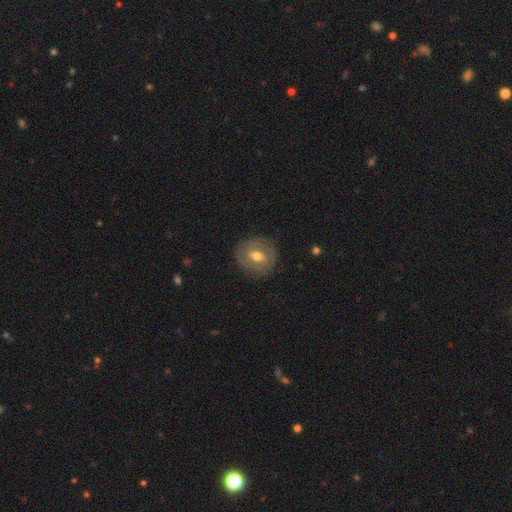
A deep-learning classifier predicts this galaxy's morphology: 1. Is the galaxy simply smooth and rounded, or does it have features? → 60% featured or disk, 33% smooth, 7% star or artifact.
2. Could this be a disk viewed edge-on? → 95% no, 5% yes.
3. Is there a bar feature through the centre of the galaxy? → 48% weak, 33% no, 19% strong.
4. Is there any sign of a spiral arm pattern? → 62% yes, 38% no.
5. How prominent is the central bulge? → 78% moderate, 12% small, 8% large, 1% none, 1% dominant.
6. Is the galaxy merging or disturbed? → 83% none, 12% minor disturbance, 4% major disturbance, 1% merger.